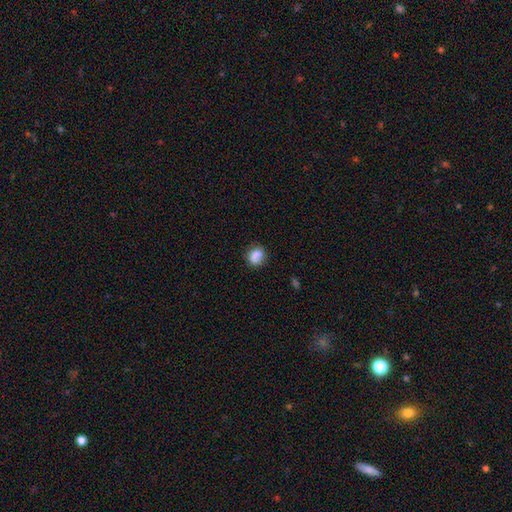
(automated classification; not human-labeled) smooth-or-featured: smooth: 77% | featured or disk: 14% | star or artifact: 9%
  how-rounded: round: 65% | in between: 33% | cigar-shaped: 1%
  merging: none: 62% | minor disturbance: 20% | merger: 10% | major disturbance: 7%